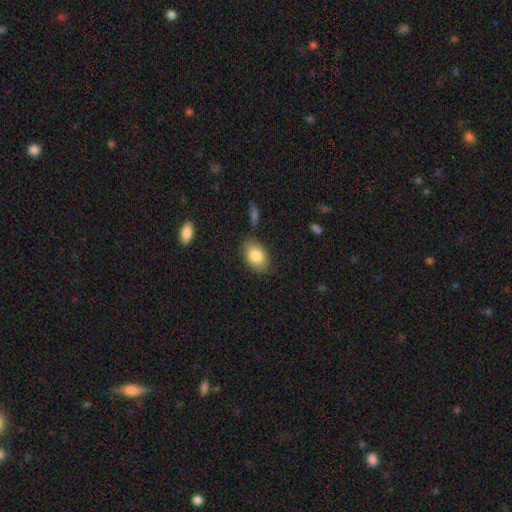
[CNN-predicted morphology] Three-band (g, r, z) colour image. It shows a smooth galaxy with no disk features (84%) that is in between round and cigar-shaped (83%). Merging: none (81%).